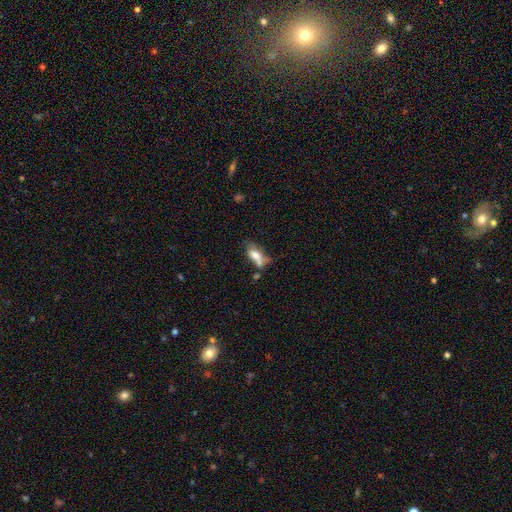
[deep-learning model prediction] The model was most divided on "merging": merger: 31%, none: 28%, minor disturbance: 22%, major disturbance: 20%. More confident: how rounded — in between (76%); smooth or featured — smooth (61%).